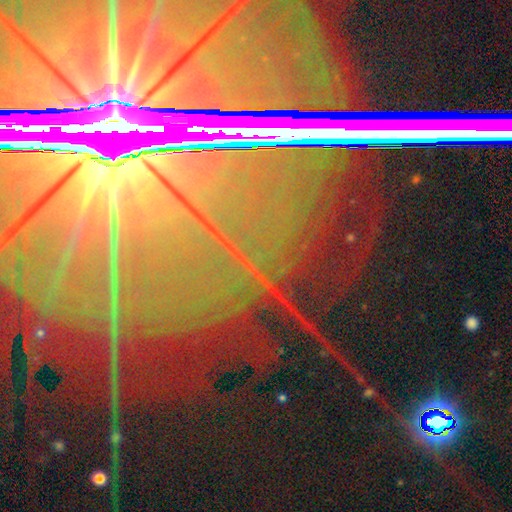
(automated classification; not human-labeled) Overall: star or artifact (86%).